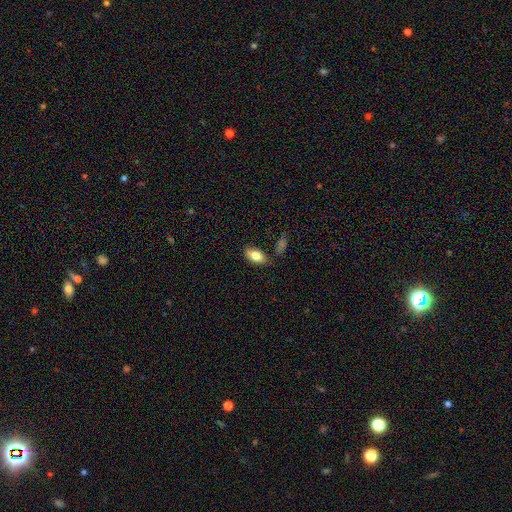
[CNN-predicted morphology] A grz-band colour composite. It shows a smooth galaxy with no disk features (81%) that is in between round and cigar-shaped (90%). Merging: none (76%).